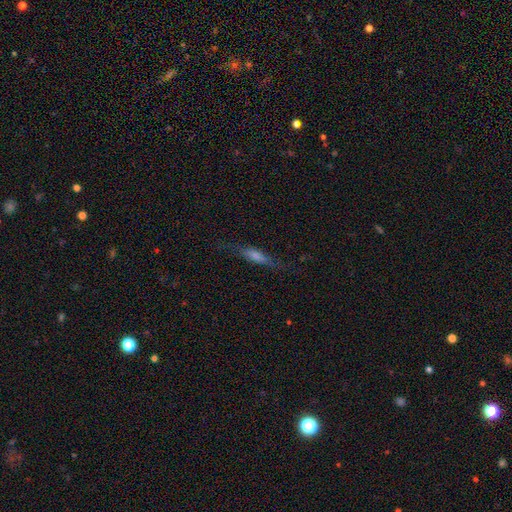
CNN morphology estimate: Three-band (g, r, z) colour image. It shows a featured or disk galaxy (48%). Merging: none (71%).